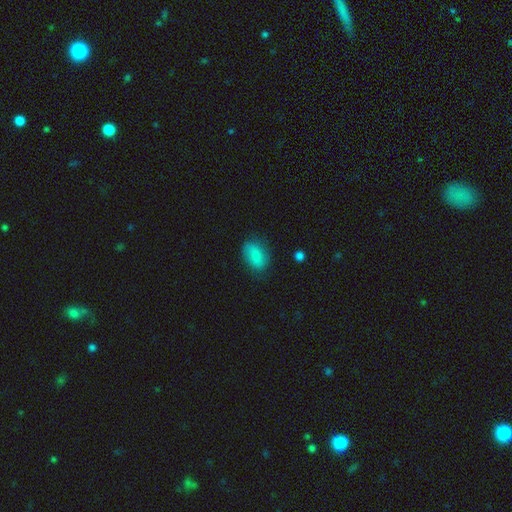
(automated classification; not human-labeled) This is likely a smooth galaxy (77%). How rounded: clearly in between (84%). Merging: likely none (73%).